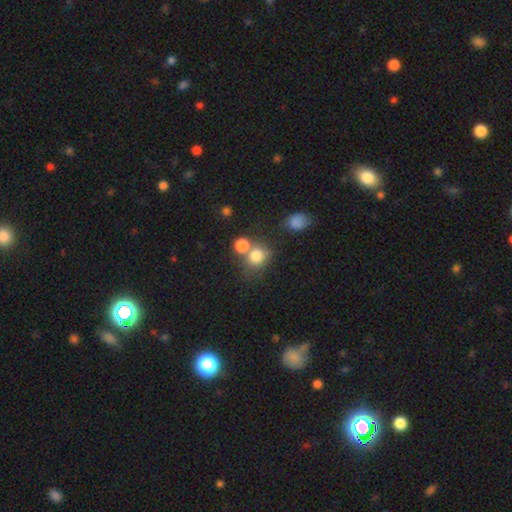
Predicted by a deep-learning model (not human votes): Smooth or featured: smooth — 78% (star or artifact — 13%)
How rounded: round — 75% (in between — 24%)
Merging: none — 48% (merger — 36%)